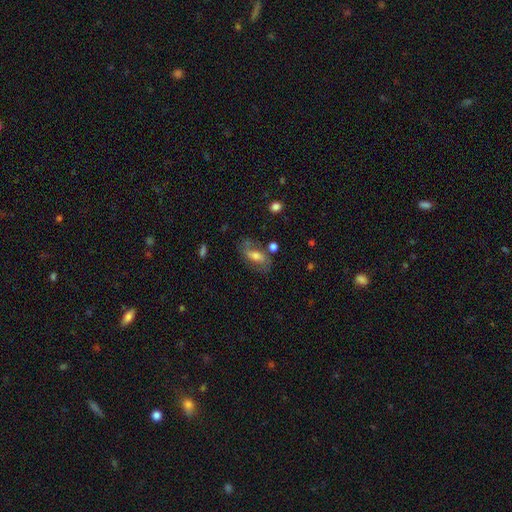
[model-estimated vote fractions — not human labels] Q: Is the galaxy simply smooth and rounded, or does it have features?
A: featured or disk — 48%.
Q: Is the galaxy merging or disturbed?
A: none — 61%.